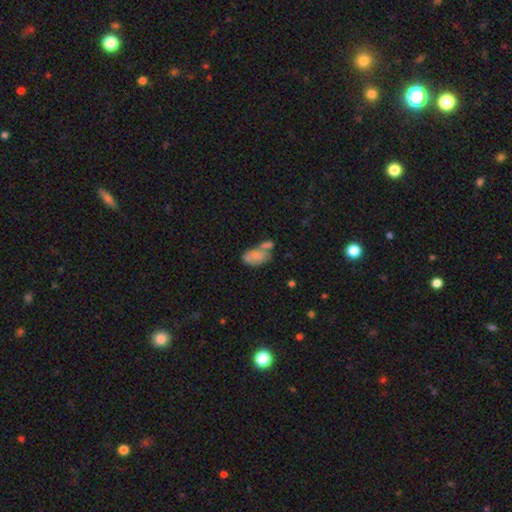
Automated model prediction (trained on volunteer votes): The model was most divided on "merging": merger: 46%, none: 29%, minor disturbance: 16%, major disturbance: 9%. More confident: how rounded — in between (92%); smooth or featured — smooth (75%).